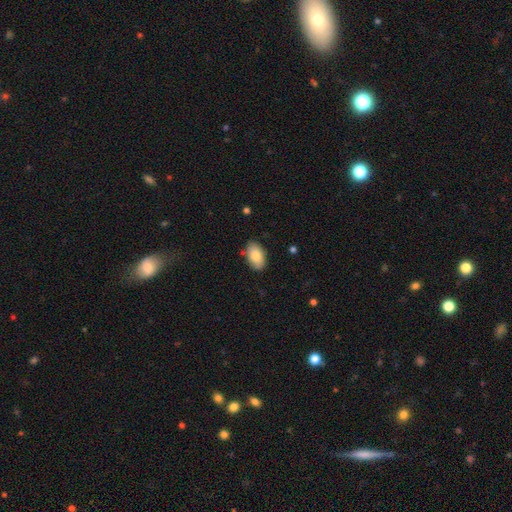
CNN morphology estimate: The model was most divided on "merging": none: 83%, minor disturbance: 13%, major disturbance: 2%, merger: 2%. More confident: how rounded — in between (93%); smooth or featured — smooth (84%).